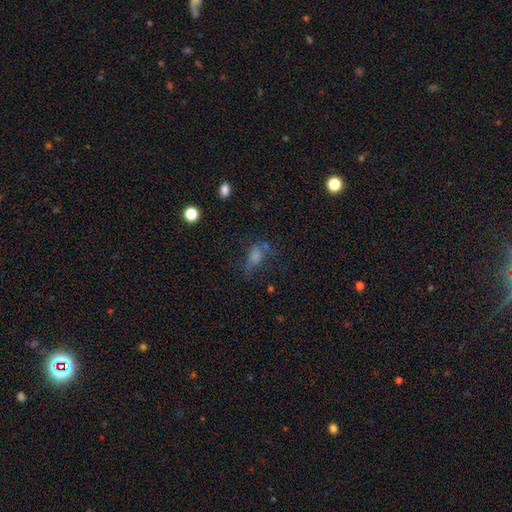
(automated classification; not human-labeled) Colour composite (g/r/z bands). It shows a smooth galaxy with no disk features (44%). Merging: none (47%).